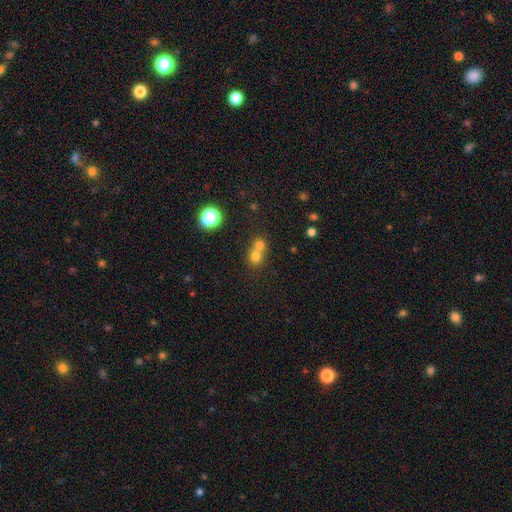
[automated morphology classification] A smooth galaxy with no disk features (72%) that is round (83%). Merging: merger (58%).